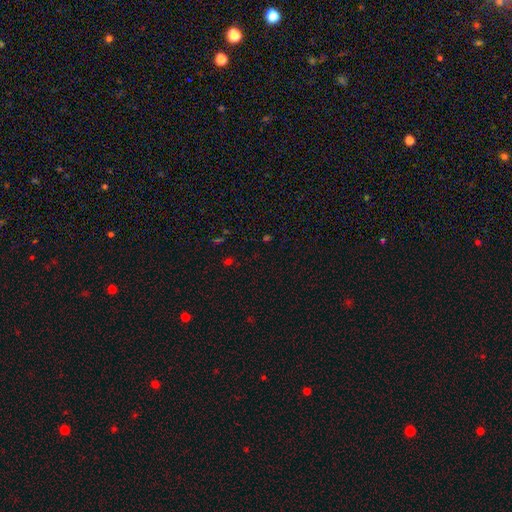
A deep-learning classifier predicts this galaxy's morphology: This is possibly a star or artifact rather than a galaxy (57%).